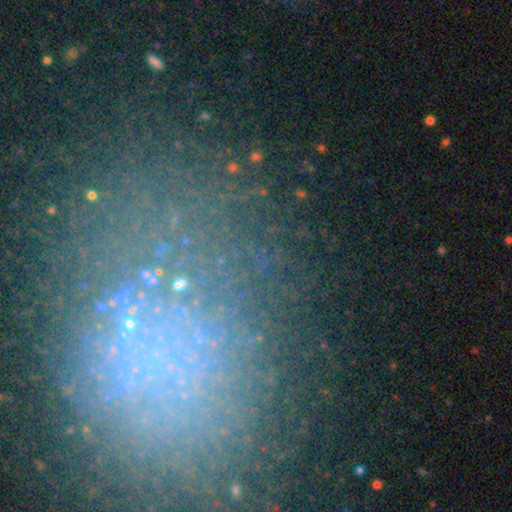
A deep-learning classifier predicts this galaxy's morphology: Smooth or featured: star or artifact — 56% (featured or disk — 26%)